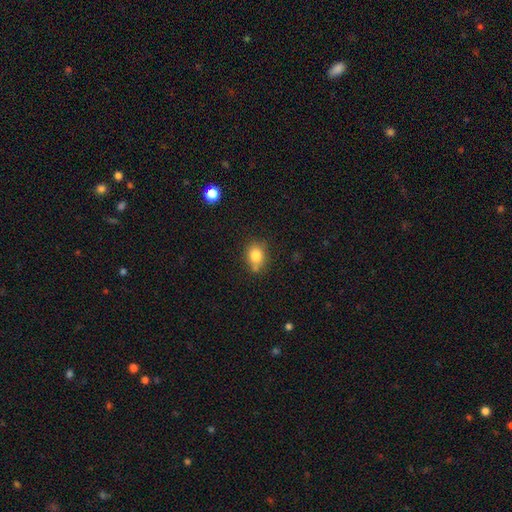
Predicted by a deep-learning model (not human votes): Overall: smooth (81%). How rounded: round (59%; in between 40%). Merging: none (63%).